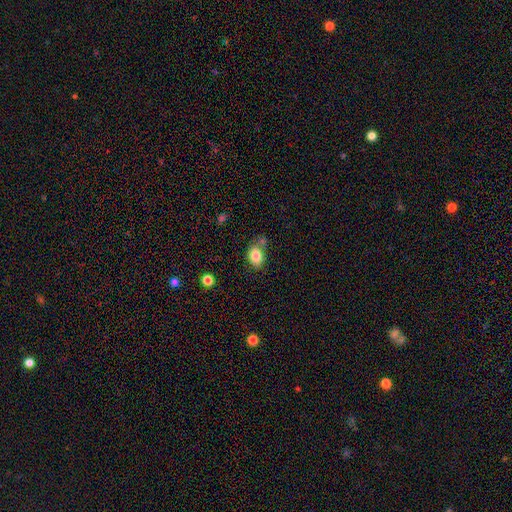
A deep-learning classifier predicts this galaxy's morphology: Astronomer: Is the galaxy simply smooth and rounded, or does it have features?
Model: smooth — 84%.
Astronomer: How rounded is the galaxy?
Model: in between — 78%.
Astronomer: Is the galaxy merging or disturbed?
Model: none — 64%.